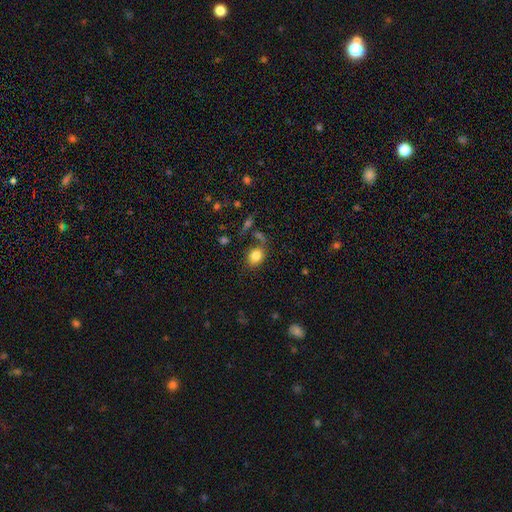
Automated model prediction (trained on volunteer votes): Smooth or featured?
  - smooth: 83% *
  - star or artifact: 10%
  - featured or disk: 7%
How rounded?
  - in between: 52% *
  - round: 47%
  - cigar-shaped: 1%
Merging?
  - none: 72% *
  - minor disturbance: 14%
  - merger: 9%
  - major disturbance: 5%